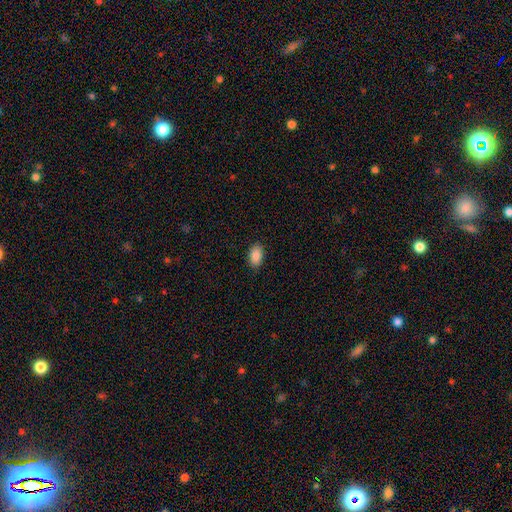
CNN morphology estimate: smooth_or_featured: smooth (p=0.89) [alt: star or artifact p=0.07]
how_rounded: in between (p=0.93) [alt: round p=0.05]
merging: none (p=0.88) [alt: minor disturbance p=0.09]